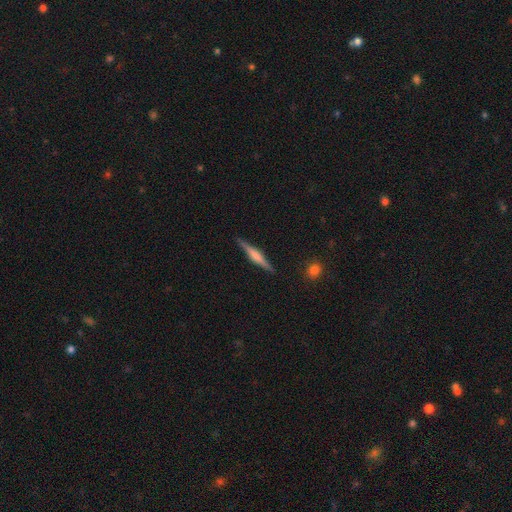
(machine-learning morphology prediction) Smooth or featured? Predicted: featured or disk (p=0.65). Edge-on disk? Predicted: yes (p=0.98). Edge-on bulge? Predicted: rounded (p=0.51). Merging? Predicted: none (p=0.89).